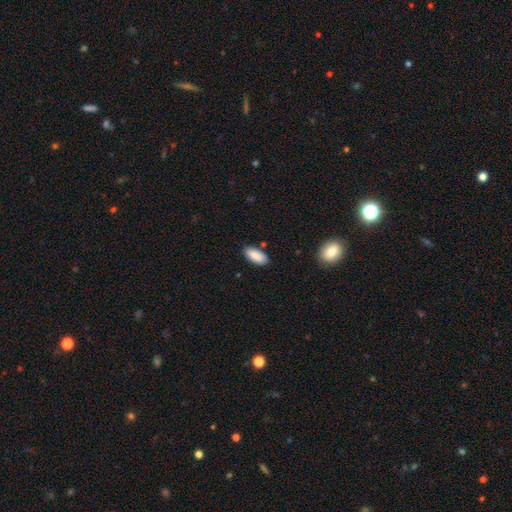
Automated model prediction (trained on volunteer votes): Smooth or featured? Predicted: smooth (p=0.88). How rounded? Predicted: in between (p=0.90). Merging? Predicted: none (p=0.84).